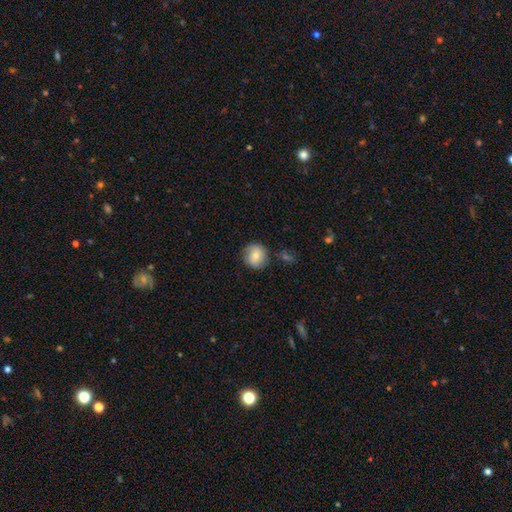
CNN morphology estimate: smooth_or_featured: smooth (p=0.69) [alt: featured or disk p=0.23]
how_rounded: round (p=0.87) [alt: in between p=0.12]
merging: none (p=0.75) [alt: minor disturbance p=0.17]